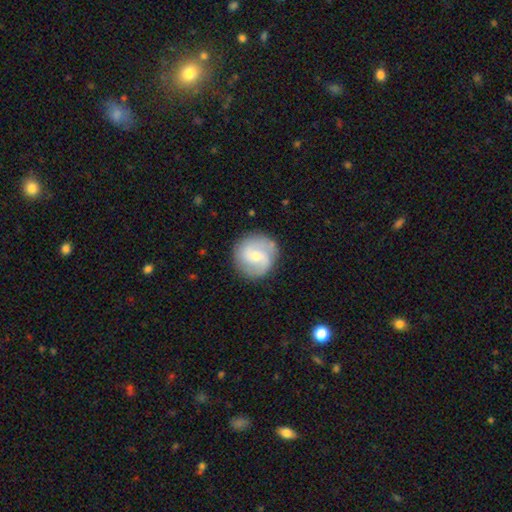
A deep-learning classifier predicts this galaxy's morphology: A featured or disk galaxy (64%) with a weak bar (46%), 2 (73%) medium (47%) spiral arms (89%) and a small central bulge (50%). Merging: none (83%).